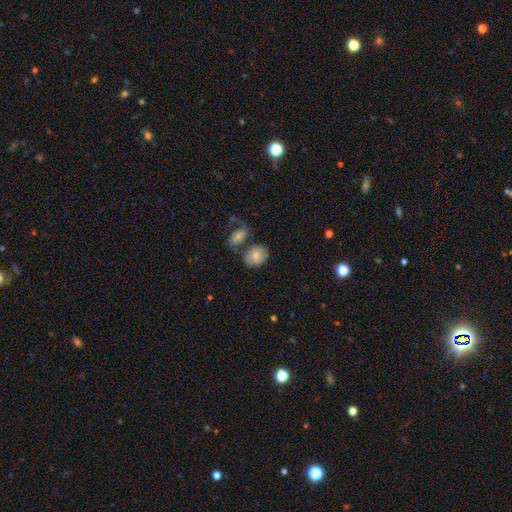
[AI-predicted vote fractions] Smooth or featured: smooth — 75% (featured or disk — 17%)
How rounded: in between — 61% (round — 38%)
Merging: none — 47% (merger — 30%)